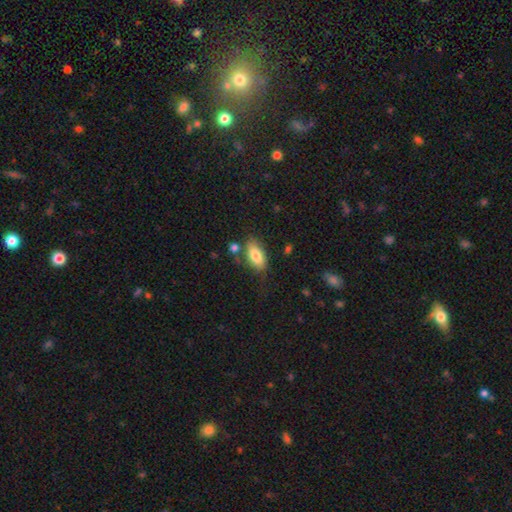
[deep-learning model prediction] A smooth galaxy with no disk features (80%) that is in between round and cigar-shaped (90%).

Vote fractions:
- Smooth or featured? smooth: 80% / featured or disk: 13% / star or artifact: 7%
- How rounded? in between: 90% / cigar-shaped: 7% / round: 3%
- Merging? none: 65% / minor disturbance: 20% / merger: 8% / major disturbance: 7%